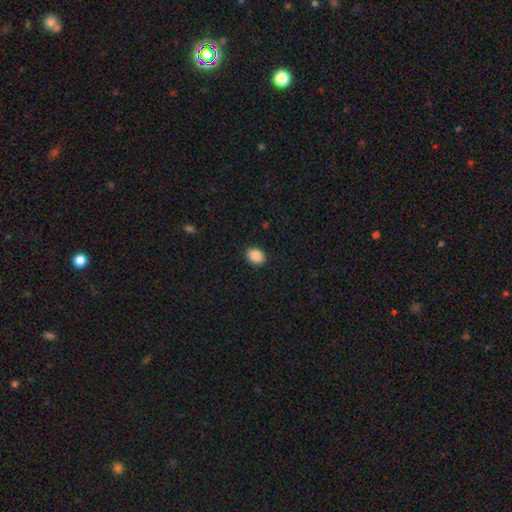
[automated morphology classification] Overall: smooth (89%). How rounded: in between (71%). Merging: none (89%).